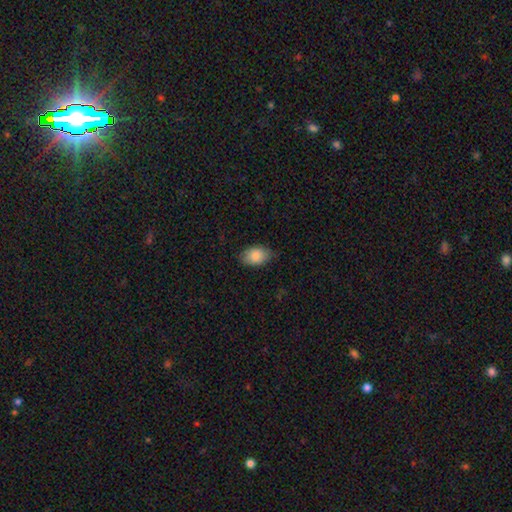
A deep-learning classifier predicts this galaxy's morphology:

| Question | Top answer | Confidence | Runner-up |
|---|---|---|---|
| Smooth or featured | smooth | 86% | featured or disk (8%) |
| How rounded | in between | 88% | round (10%) |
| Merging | none | 77% | minor disturbance (19%) |